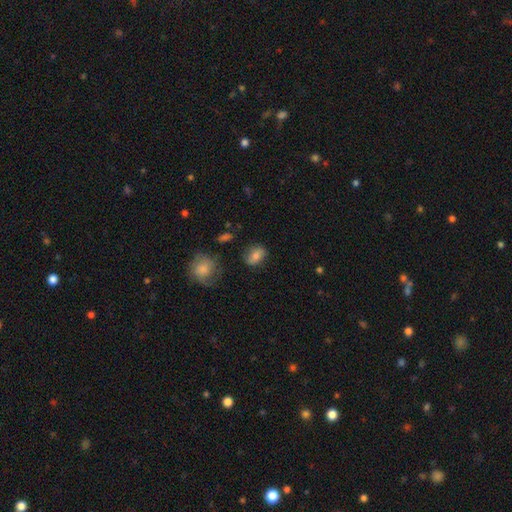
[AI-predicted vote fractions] Smooth or featured? Predicted: smooth (p=0.76). How rounded? Predicted: in between (p=0.66). Merging? Predicted: none (p=0.78).